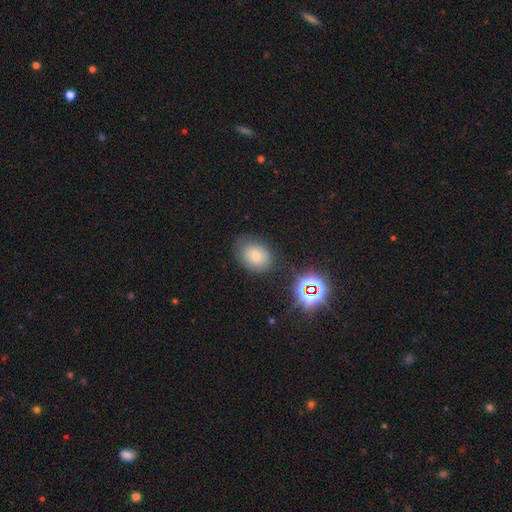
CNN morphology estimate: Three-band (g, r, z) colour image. It shows a smooth galaxy with no disk features (69%) that is in between round and cigar-shaped (64%). Merging: none (72%).